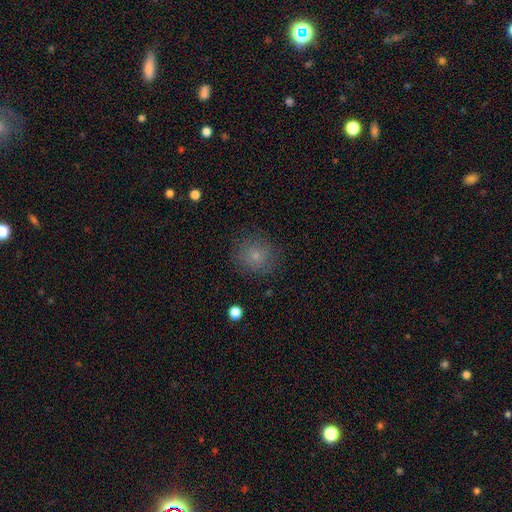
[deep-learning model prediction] smooth_or_featured: smooth (p=0.76) [alt: star or artifact p=0.13]
how_rounded: round (p=0.87) [alt: in between p=0.12]
merging: none (p=0.83) [alt: minor disturbance p=0.11]